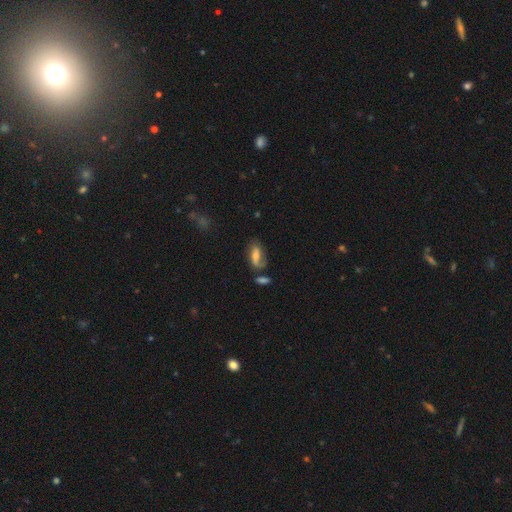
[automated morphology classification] A smooth galaxy with no disk features (51%) that is in between round and cigar-shaped (85%). Merging: none (48%).